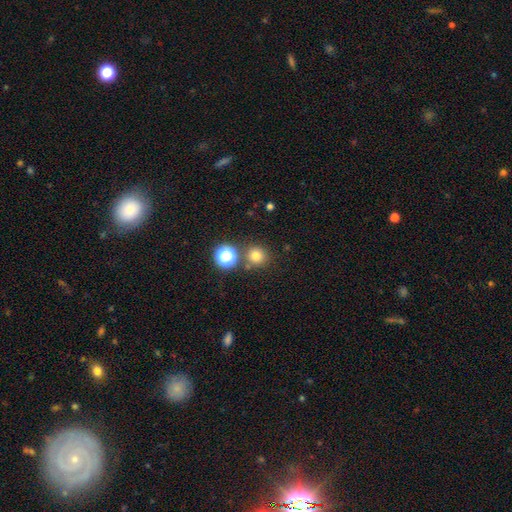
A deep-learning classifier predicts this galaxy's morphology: smooth_or_featured: smooth (p=0.75) [alt: star or artifact p=0.19]
how_rounded: round (p=0.93) [alt: in between p=0.06]
merging: none (p=0.78) [alt: merger p=0.11]